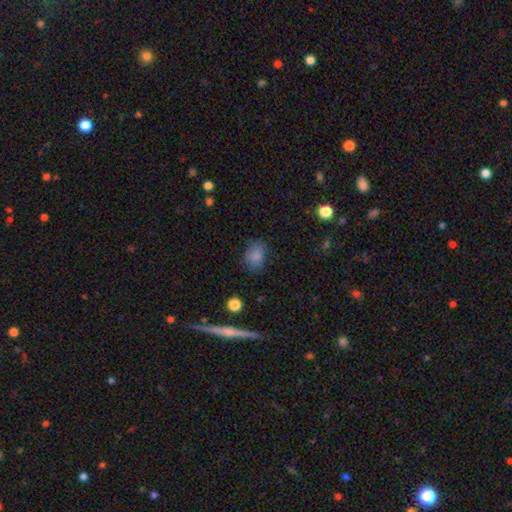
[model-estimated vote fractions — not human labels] smooth_or_featured: smooth (p=0.81) [alt: star or artifact p=0.10]
how_rounded: in between (p=0.66) [alt: round p=0.32]
merging: none (p=0.74) [alt: minor disturbance p=0.19]